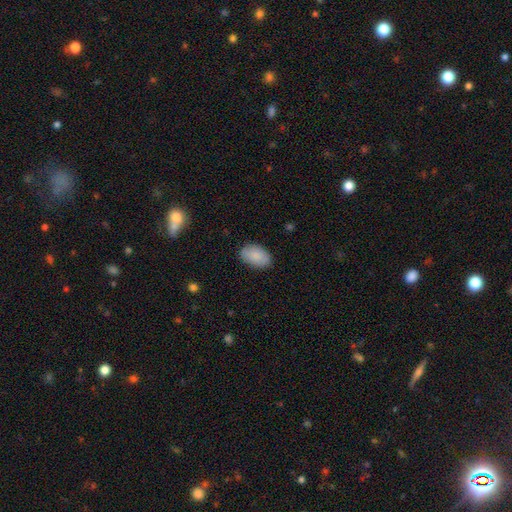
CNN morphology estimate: A smooth galaxy with no disk features (87%) that is in between round and cigar-shaped (91%).

Vote fractions:
- Smooth or featured? smooth: 87% / featured or disk: 7% / star or artifact: 6%
- How rounded? in between: 91% / round: 8% / cigar-shaped: 1%
- Merging? none: 84% / minor disturbance: 12% / major disturbance: 3% / merger: 1%